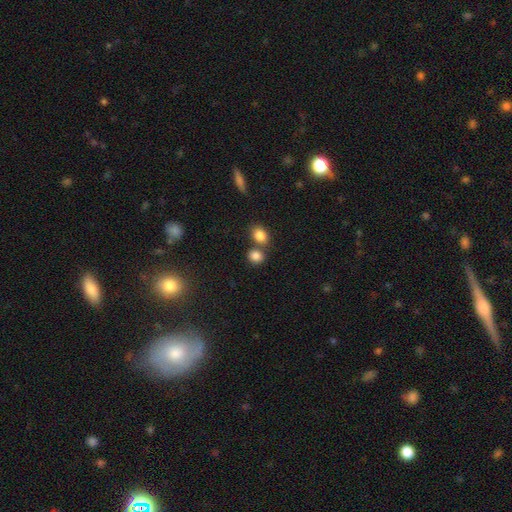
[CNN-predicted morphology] Smooth or featured: smooth — 84% (star or artifact — 11%)
How rounded: round — 56% (in between — 43%)
Merging: none — 55% (merger — 32%)